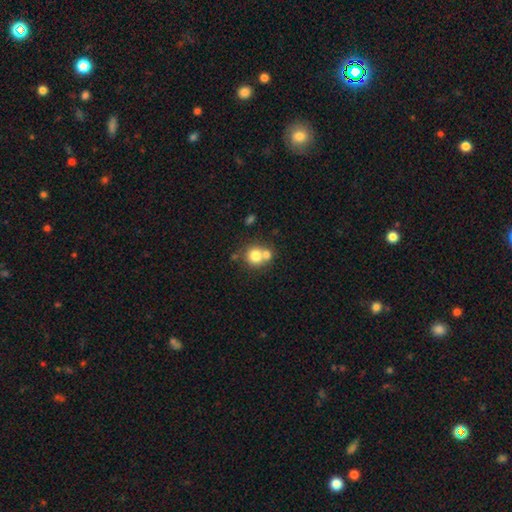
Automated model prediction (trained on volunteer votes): Smooth or featured: smooth — 76% (featured or disk — 14%)
How rounded: round — 86% (in between — 13%)
Merging: none — 46% (merger — 44%)